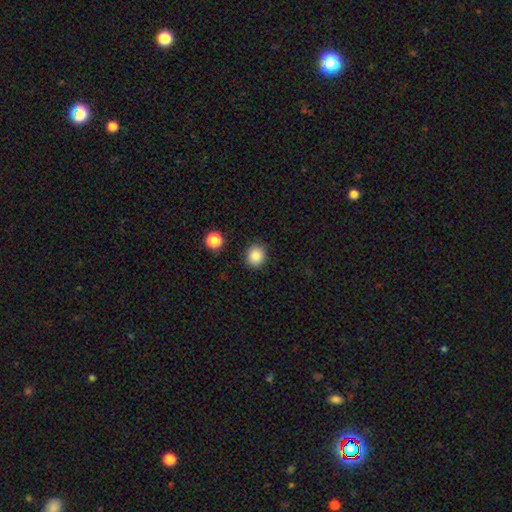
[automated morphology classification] Smooth or featured: smooth — 87% (star or artifact — 10%)
How rounded: round — 81% (in between — 18%)
Merging: none — 89% (minor disturbance — 7%)